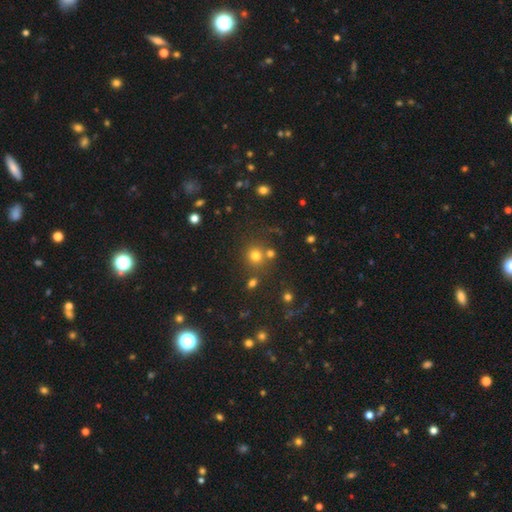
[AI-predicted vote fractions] Smooth or featured?
  - smooth: 72% *
  - star or artifact: 19%
  - featured or disk: 8%
How rounded?
  - round: 89% *
  - in between: 10%
  - cigar-shaped: 1%
Merging?
  - none: 70% *
  - merger: 16%
  - minor disturbance: 9%
  - major disturbance: 5%